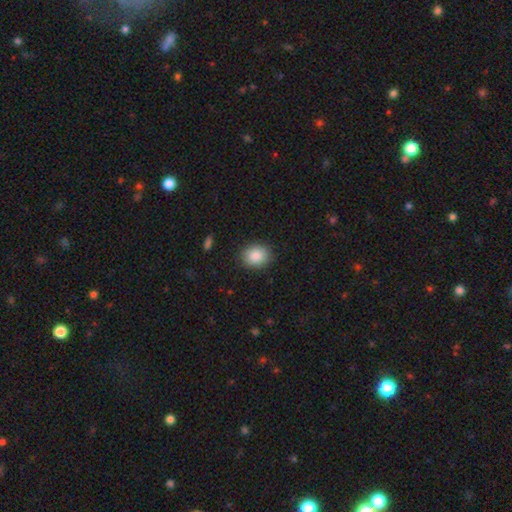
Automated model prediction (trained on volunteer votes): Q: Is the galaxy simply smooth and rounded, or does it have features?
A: smooth — 87%.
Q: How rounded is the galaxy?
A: round — 56%.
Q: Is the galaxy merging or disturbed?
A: none — 88%.